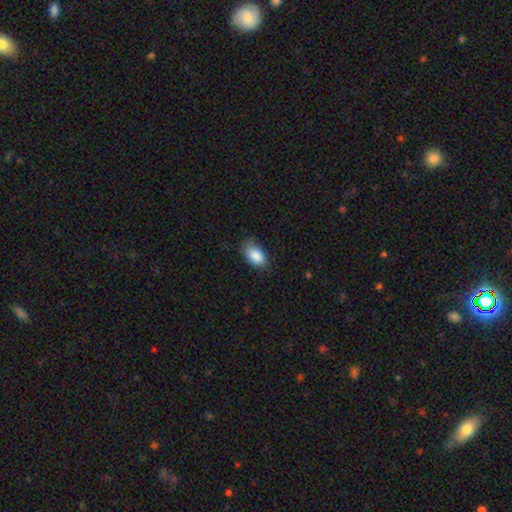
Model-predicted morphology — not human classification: Q: Smooth or featured?
A: smooth (87%); runner-up: star or artifact (7%)
Q: How rounded?
A: in between (92%); runner-up: round (6%)
Q: Merging?
A: none (67%); runner-up: minor disturbance (27%)